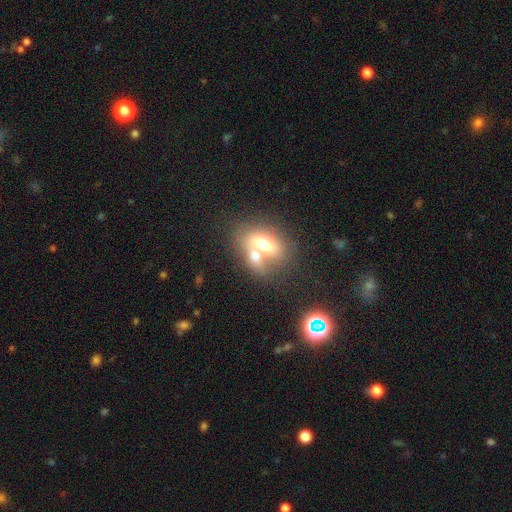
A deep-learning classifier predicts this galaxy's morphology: Smooth or featured? Predicted: smooth (p=0.62). How rounded? Predicted: in between (p=0.74). Merging? Predicted: merger (p=0.62).